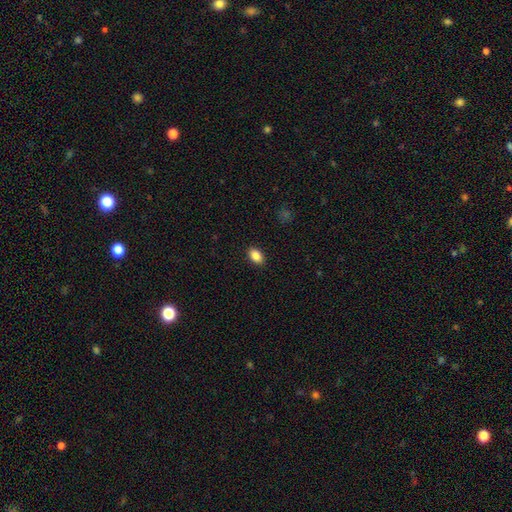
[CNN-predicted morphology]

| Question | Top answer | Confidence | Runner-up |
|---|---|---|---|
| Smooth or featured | smooth | 88% | star or artifact (8%) |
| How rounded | in between | 88% | round (11%) |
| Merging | none | 90% | minor disturbance (7%) |